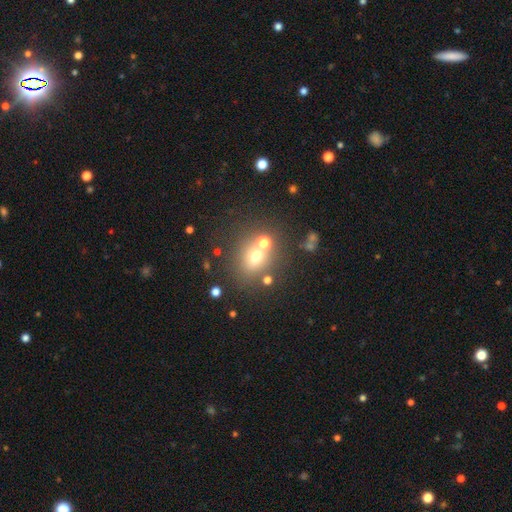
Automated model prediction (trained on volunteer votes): Overall: smooth (62%). How rounded: round (73%). Merging: none (61%; merger 23%).